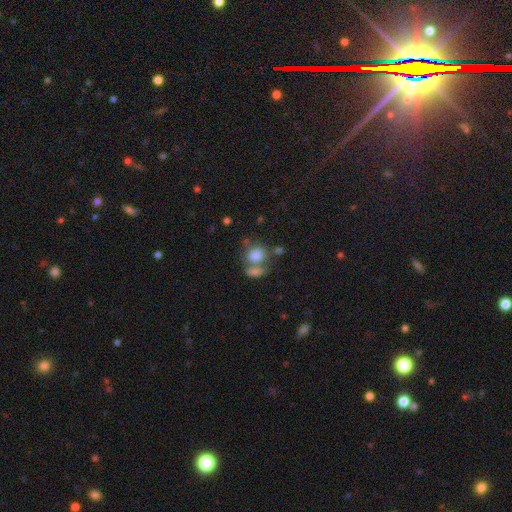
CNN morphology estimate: Q: Smooth or featured?
A: smooth (80%); runner-up: featured or disk (11%)
Q: How rounded?
A: round (54%); runner-up: in between (45%)
Q: Merging?
A: merger (45%); runner-up: none (35%)